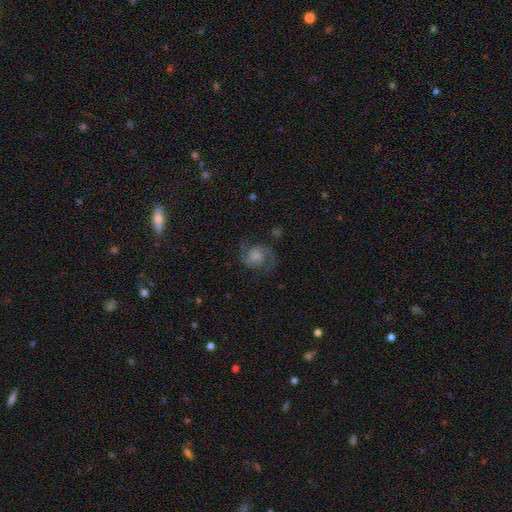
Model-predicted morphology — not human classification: smooth-or-featured: featured or disk: 81% | smooth: 10% | star or artifact: 10%
  disk-edge-on: no: 98% | yes: 2%
    bar: no: 66% | weak: 28% | strong: 5%
    has-spiral-arms: yes: 96% | no: 4%
      spiral-winding: medium: 56% | tight: 25% | loose: 18%
      spiral-arm-count: 2: 90% | can't tell: 4% | 3: 2% | 1: 2% | 4: 1% | more than 4: 1%
    bulge-size: moderate: 45% | small: 32% | large: 13% | none: 8% | dominant: 2%
  merging: none: 79% | minor disturbance: 13% | major disturbance: 7% | merger: 1%